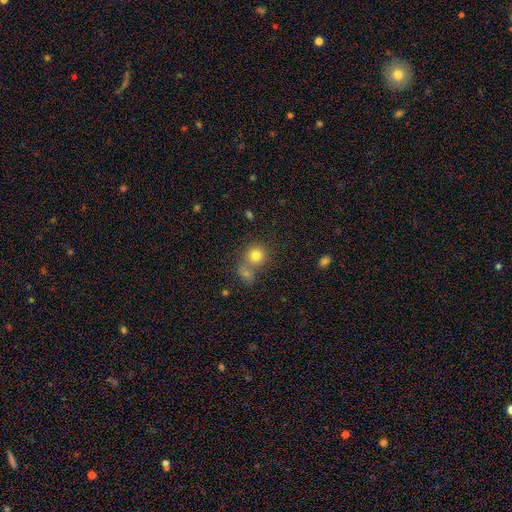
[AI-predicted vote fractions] This is likely a smooth galaxy (79%). How rounded: clearly round (87%). Merging: possibly none (54%).